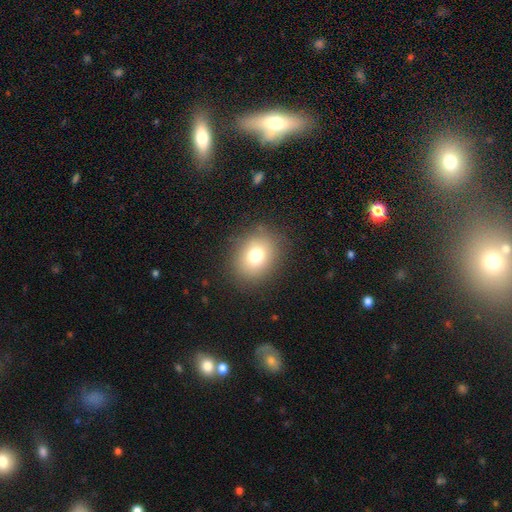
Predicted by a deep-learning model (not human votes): Q: Smooth or featured?
A: smooth (75%); runner-up: star or artifact (13%)
Q: How rounded?
A: round (60%); runner-up: in between (40%)
Q: Merging?
A: none (85%); runner-up: minor disturbance (10%)